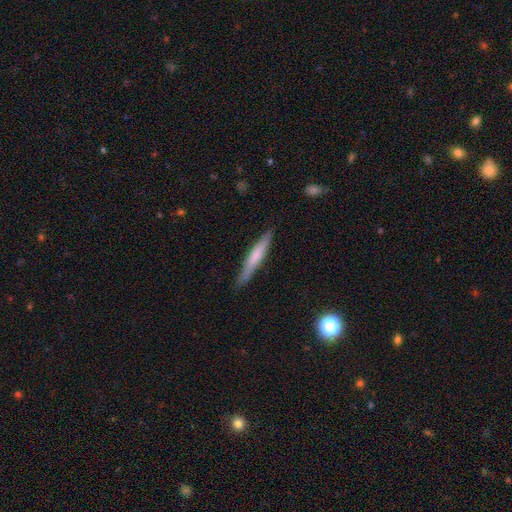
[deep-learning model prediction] smooth 59%, featured or disk 35%, star or artifact 6%. Down the decision tree: how rounded — cigar-shaped (94%); merging — none (87%).